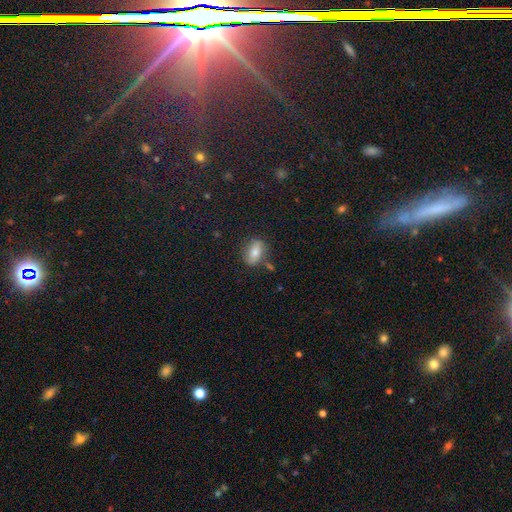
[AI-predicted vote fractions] Smooth or featured?
  - smooth: 62% *
  - featured or disk: 26%
  - star or artifact: 12%
How rounded?
  - in between: 76% *
  - round: 19%
  - cigar-shaped: 5%
Merging?
  - none: 74% *
  - minor disturbance: 17%
  - major disturbance: 5%
  - merger: 4%